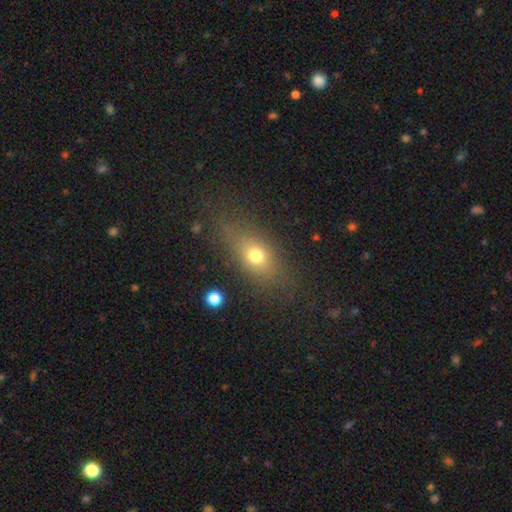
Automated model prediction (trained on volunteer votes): Smooth or featured? smooth (68%)
How rounded? in between (65%)
Merging? none (70%)